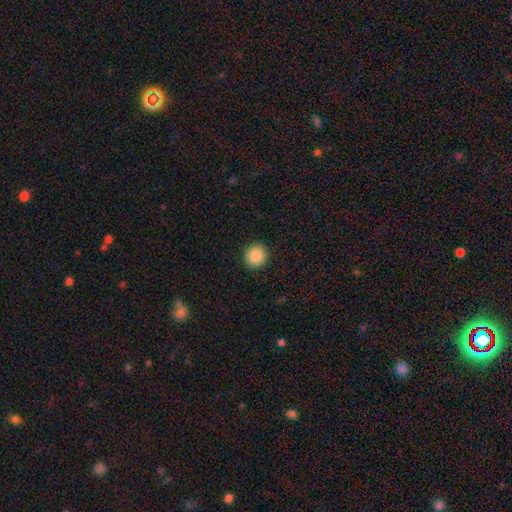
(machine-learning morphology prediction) Overall: smooth (87%). How rounded: round (88%). Merging: none (92%).